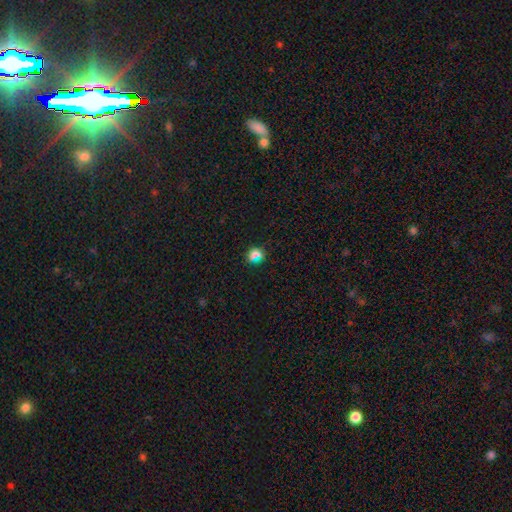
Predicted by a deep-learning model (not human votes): Q: Smooth or featured?
A: smooth (69%); runner-up: star or artifact (23%)
Q: How rounded?
A: round (82%); runner-up: in between (16%)
Q: Merging?
A: none (85%); runner-up: minor disturbance (9%)